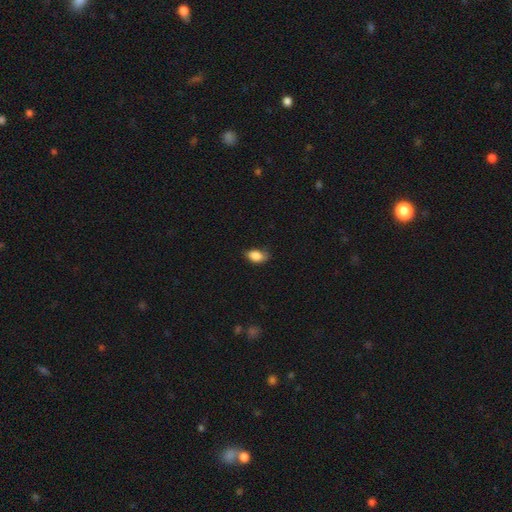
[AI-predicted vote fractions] Smooth or featured? smooth (87%)
How rounded? in between (85%)
Merging? none (66%)